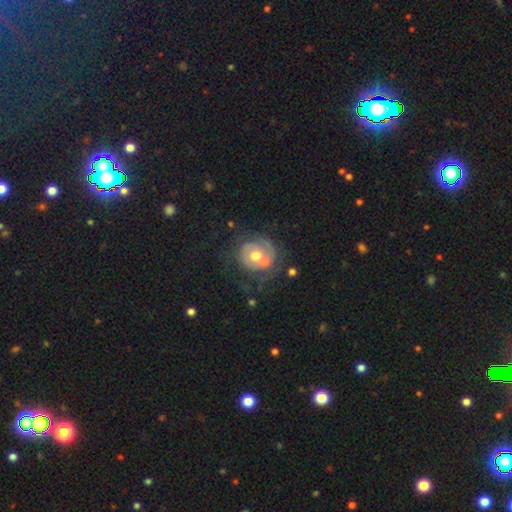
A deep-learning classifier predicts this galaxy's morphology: A featured or disk galaxy (62%) with no bar (84%), spiral arms (52%) and a moderate central bulge (74%).

Vote fractions:
- Smooth or featured? featured or disk: 62% / smooth: 31% / star or artifact: 8%
- Edge-on disk? no: 97% / yes: 3%
- Bar? no: 84% / weak: 13% / strong: 3%
- Spiral arms? yes: 52% / no: 48%
- Bulge size? moderate: 74% / small: 14% / large: 9% / none: 2% / dominant: 2%
- Merging? none: 38% / merger: 32% / minor disturbance: 16% / major disturbance: 14%